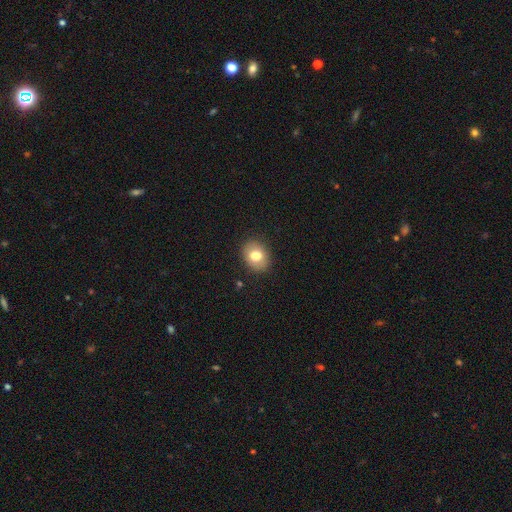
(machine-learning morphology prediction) type=smooth (77%); roundness=round (51%); merging=none (88%).